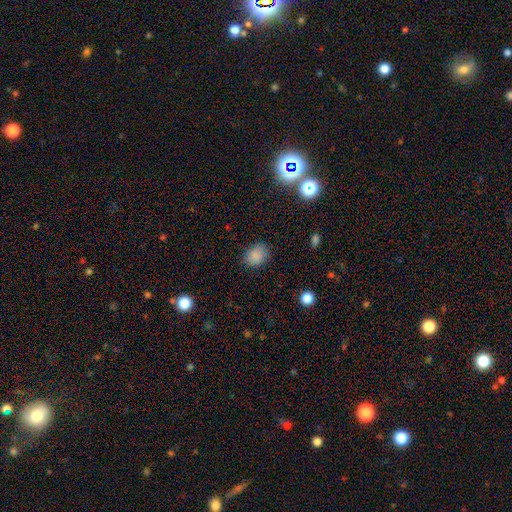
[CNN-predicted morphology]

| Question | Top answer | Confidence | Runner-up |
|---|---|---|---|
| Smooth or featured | smooth | 85% | star or artifact (11%) |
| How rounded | in between | 66% | round (33%) |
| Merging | none | 81% | minor disturbance (14%) |